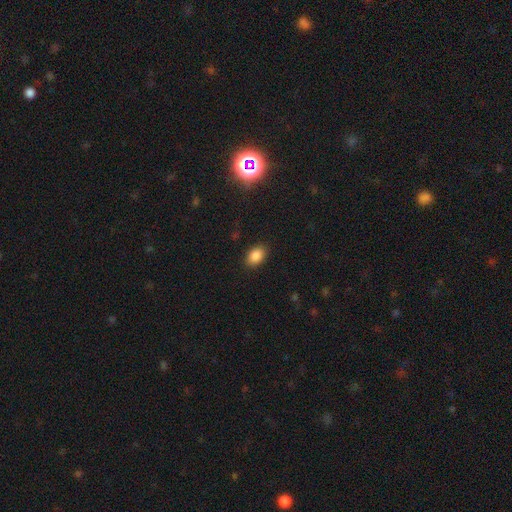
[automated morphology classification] Smooth or featured? smooth (87%)
How rounded? in between (83%)
Merging? none (88%)